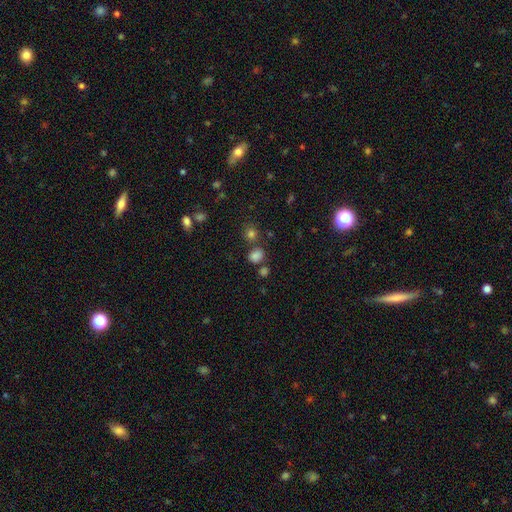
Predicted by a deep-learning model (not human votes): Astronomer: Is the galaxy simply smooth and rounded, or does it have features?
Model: smooth — 77%.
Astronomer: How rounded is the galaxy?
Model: round — 53% (runner-up: in between, 45%).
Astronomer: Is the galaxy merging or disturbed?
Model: none — 68%.